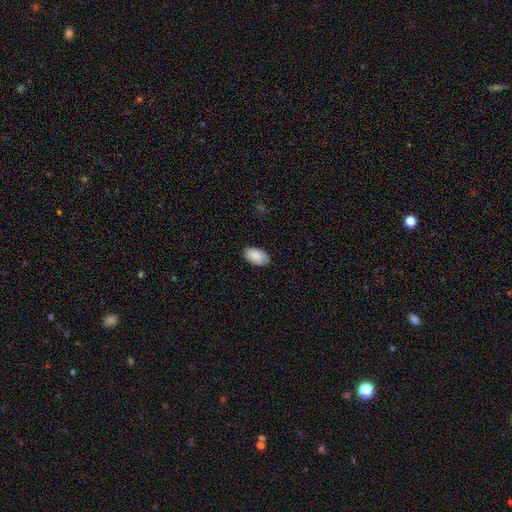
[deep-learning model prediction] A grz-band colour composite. It shows a smooth galaxy with no disk features (88%) that is in between round and cigar-shaped (95%). Merging: none (85%).